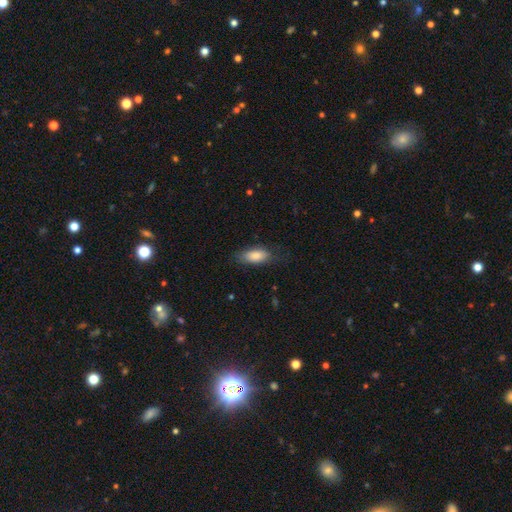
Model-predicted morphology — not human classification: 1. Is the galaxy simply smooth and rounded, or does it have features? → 85% smooth, 9% featured or disk, 6% star or artifact.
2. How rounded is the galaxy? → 83% in between, 15% cigar-shaped, 2% round.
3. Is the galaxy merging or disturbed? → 73% none, 20% minor disturbance, 6% major disturbance, 1% merger.